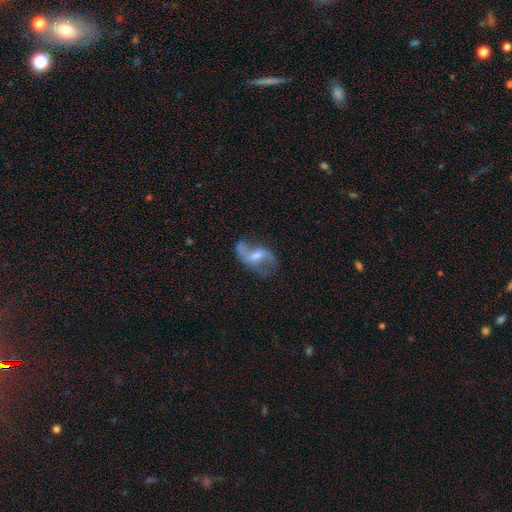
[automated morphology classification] Q: Smooth or featured?
A: featured or disk (80%); runner-up: smooth (13%)
Q: Edge-on disk?
A: no (96%); runner-up: yes (4%)
Q: Bar?
A: weak (48%); runner-up: no (31%)
Q: Spiral arms?
A: yes (88%); runner-up: no (12%)
Q: Spiral winding?
A: loose (77%); runner-up: medium (18%)
Q: Spiral arm count?
A: 2 (87%); runner-up: 1 (5%)
Q: Bulge size?
A: moderate (45%); runner-up: small (44%)
Q: Merging?
A: none (56%); runner-up: minor disturbance (21%)